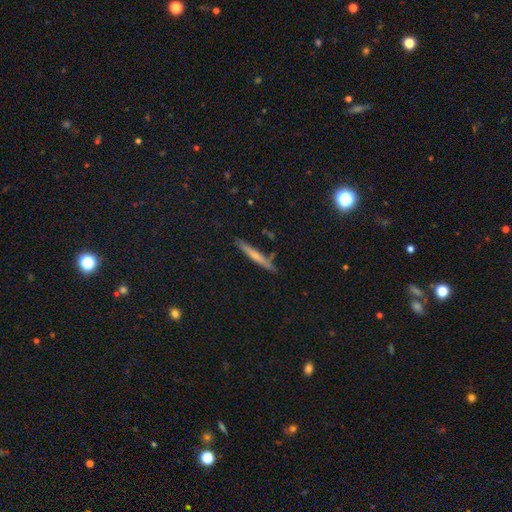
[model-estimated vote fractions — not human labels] smooth-or-featured: smooth: 48% | featured or disk: 45% | star or artifact: 7%
  merging: none: 84% | minor disturbance: 11% | merger: 3% | major disturbance: 2%